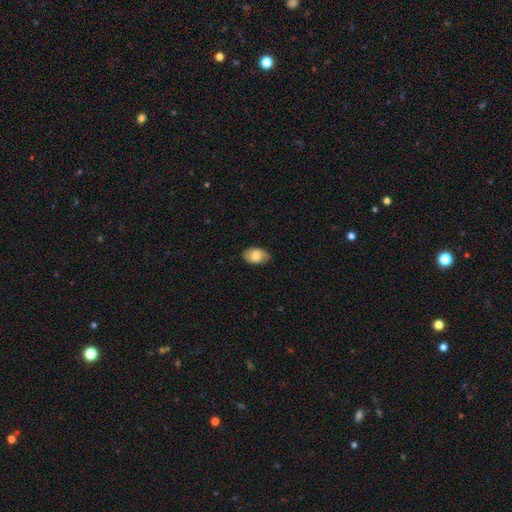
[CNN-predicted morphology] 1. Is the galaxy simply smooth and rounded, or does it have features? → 76% smooth, 17% featured or disk, 7% star or artifact.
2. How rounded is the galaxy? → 89% in between, 9% round, 1% cigar-shaped.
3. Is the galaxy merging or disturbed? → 79% none, 18% minor disturbance, 3% major disturbance, 1% merger.